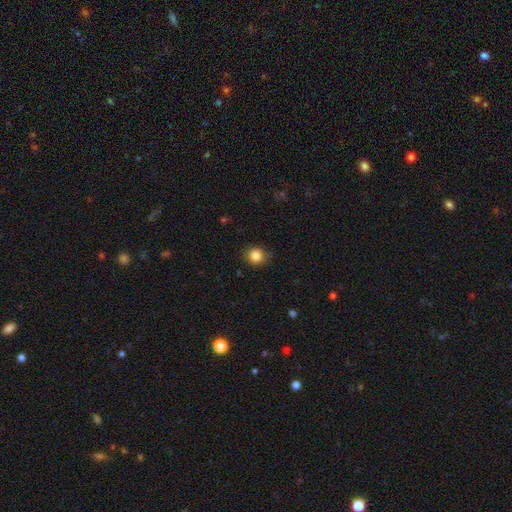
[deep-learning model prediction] Smooth or featured: smooth — 85% (star or artifact — 10%)
How rounded: round — 87% (in between — 12%)
Merging: none — 84% (minor disturbance — 13%)